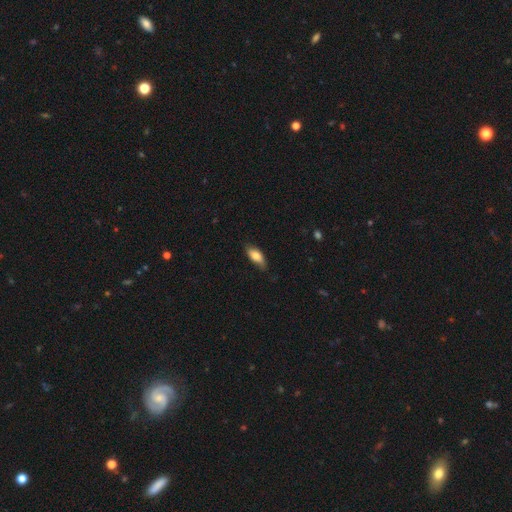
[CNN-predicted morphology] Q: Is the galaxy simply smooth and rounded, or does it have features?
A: smooth — 78%.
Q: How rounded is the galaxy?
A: in between — 82%.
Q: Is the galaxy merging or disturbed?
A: none — 68%.